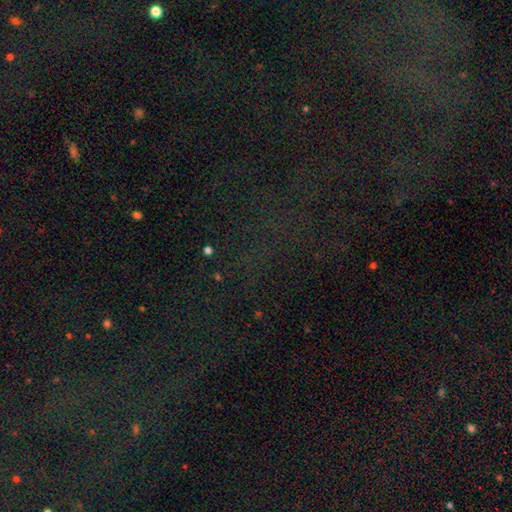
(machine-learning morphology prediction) Smooth or featured? star or artifact (76%)